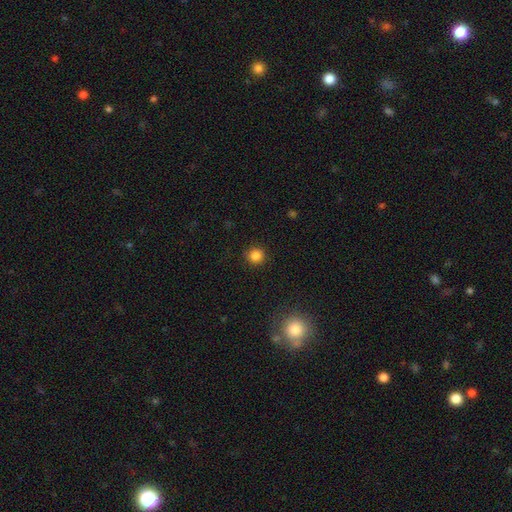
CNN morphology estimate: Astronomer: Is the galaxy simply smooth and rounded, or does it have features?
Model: smooth — 84%.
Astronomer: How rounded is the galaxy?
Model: round — 94%.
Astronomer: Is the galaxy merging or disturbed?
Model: none — 91%.